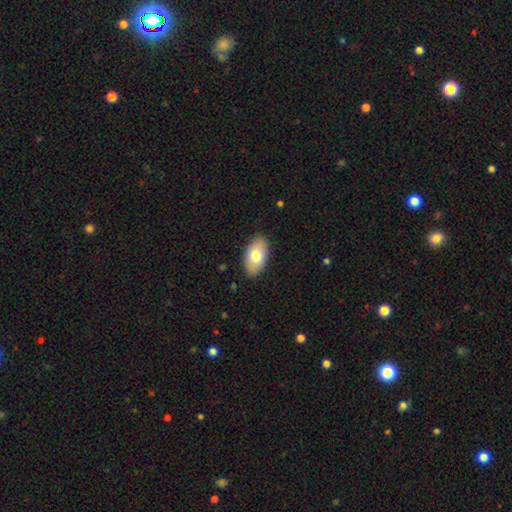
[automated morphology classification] Smooth or featured?
  - smooth: 75% *
  - featured or disk: 19%
  - star or artifact: 6%
How rounded?
  - in between: 94% *
  - round: 4%
  - cigar-shaped: 2%
Merging?
  - none: 87% *
  - minor disturbance: 10%
  - major disturbance: 2%
  - merger: 1%